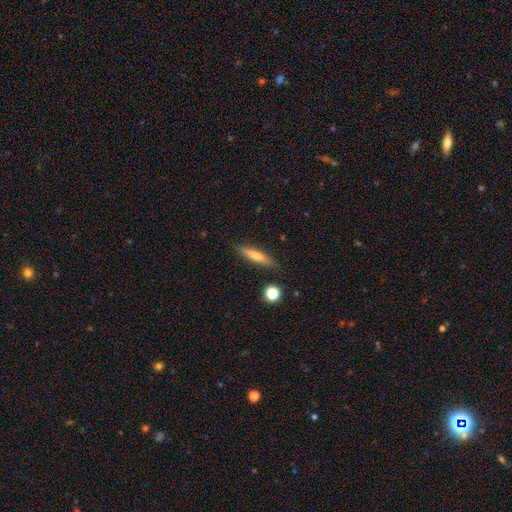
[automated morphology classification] This appears to be a smooth galaxy with no disk features (53%) that is cigar-shaped (81%). Merging: none (86%).